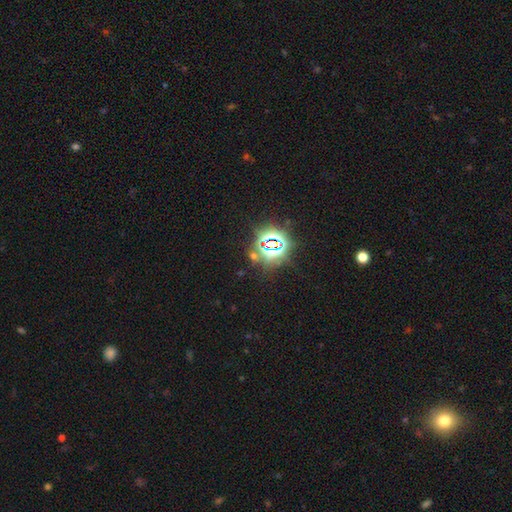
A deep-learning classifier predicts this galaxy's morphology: Smooth or featured? Predicted: star or artifact (p=0.80).